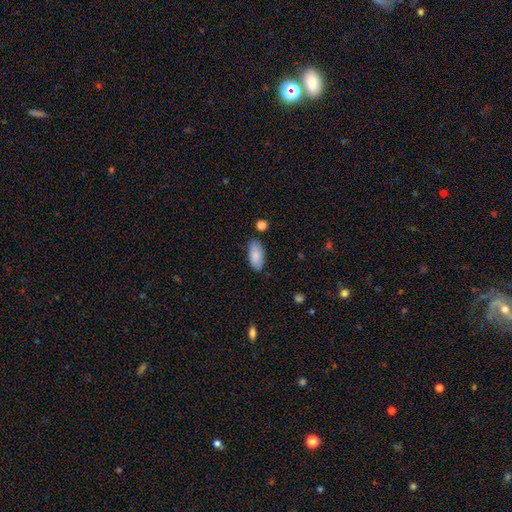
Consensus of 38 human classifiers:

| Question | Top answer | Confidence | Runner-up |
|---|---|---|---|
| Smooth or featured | smooth | 87% | star or artifact (8%) |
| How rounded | in between | 85% | cigar-shaped (15%) |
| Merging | none | 94% | minor disturbance (3%) |